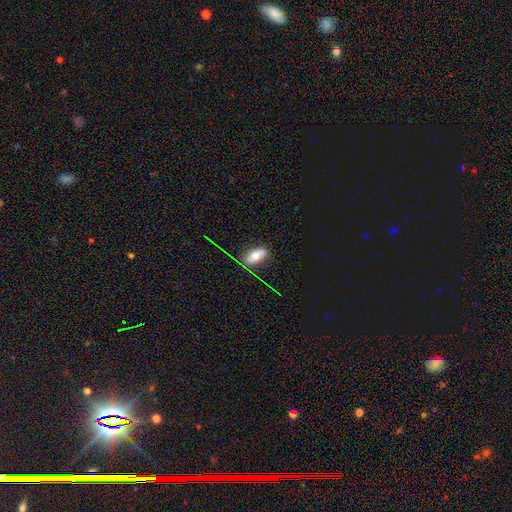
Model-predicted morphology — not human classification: Overall: smooth (65%). How rounded: in between (85%). Merging: none (71%).